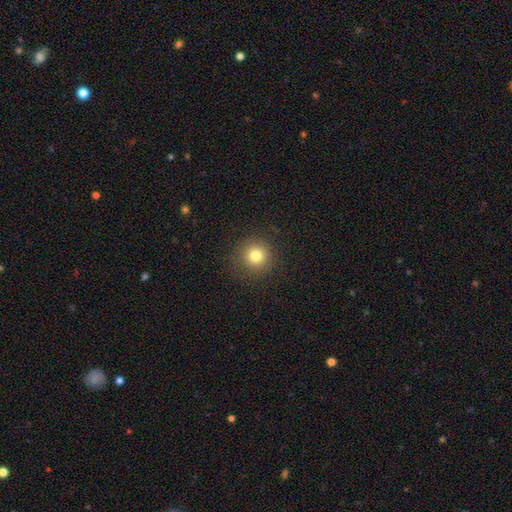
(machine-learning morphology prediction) Smooth or featured? smooth (79%)
How rounded? round (94%)
Merging? none (89%)